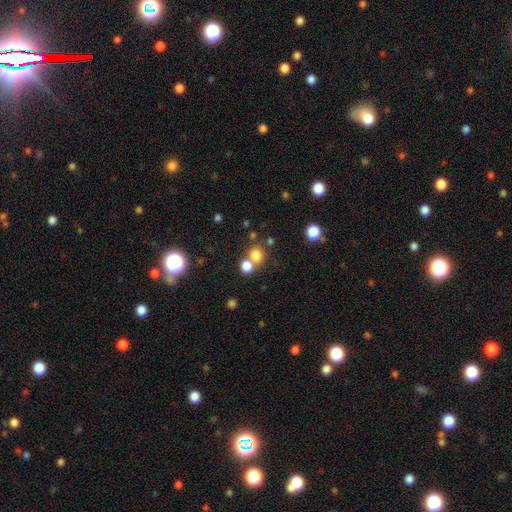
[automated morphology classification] smooth_or_featured: smooth (p=0.76) [alt: star or artifact p=0.16]
how_rounded: round (p=0.76) [alt: in between p=0.23]
merging: none (p=0.53) [alt: merger p=0.36]